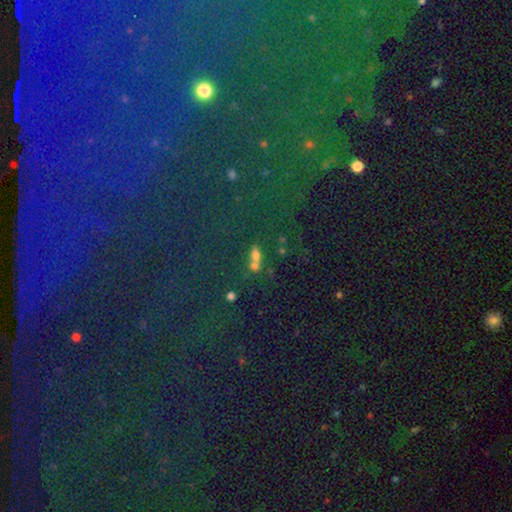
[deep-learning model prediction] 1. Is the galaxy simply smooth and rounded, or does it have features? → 64% smooth, 22% star or artifact, 14% featured or disk.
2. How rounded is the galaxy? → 69% in between, 22% round, 9% cigar-shaped.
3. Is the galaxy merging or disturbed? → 44% merger, 39% none, 11% minor disturbance, 6% major disturbance.